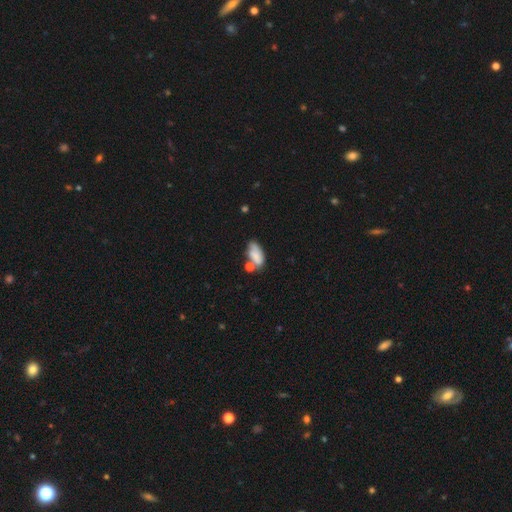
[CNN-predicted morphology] type=smooth (72%); roundness=in between (89%); merging=none (41%).